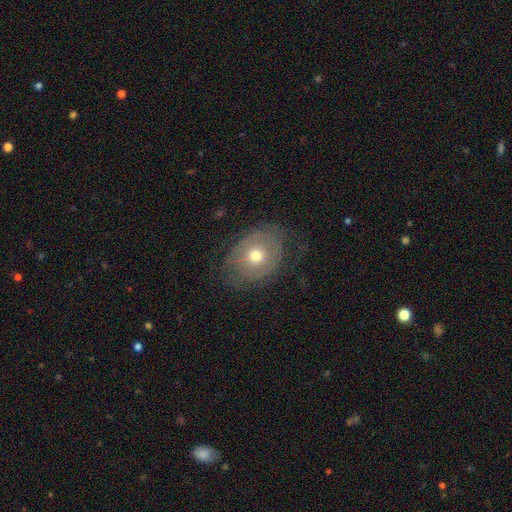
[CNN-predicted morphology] smooth 49%, featured or disk 41%, star or artifact 10%. Down the decision tree: merging — none (65%).